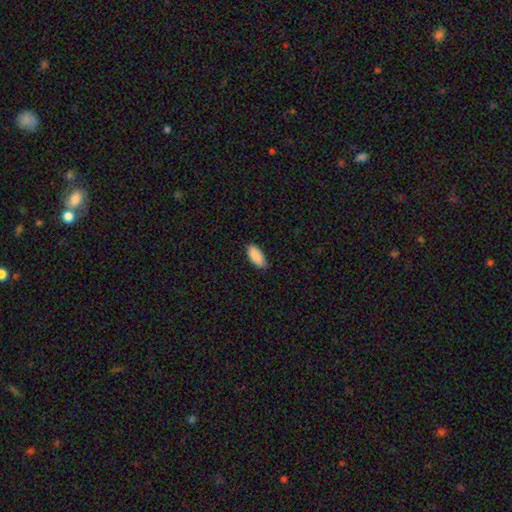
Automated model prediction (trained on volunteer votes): Q: Smooth or featured?
A: smooth (89%); runner-up: star or artifact (6%)
Q: How rounded?
A: in between (89%); runner-up: cigar-shaped (9%)
Q: Merging?
A: none (81%); runner-up: minor disturbance (15%)